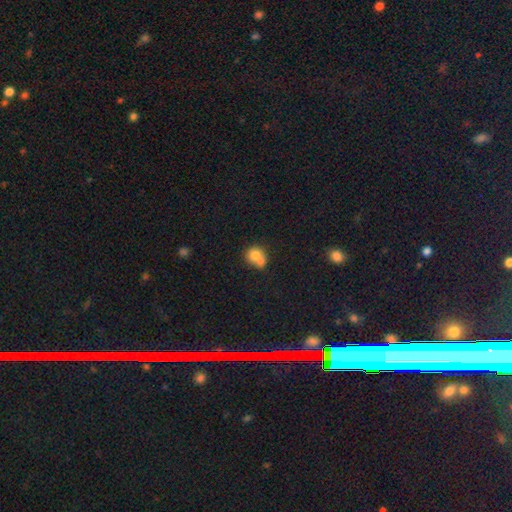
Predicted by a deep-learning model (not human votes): The model was most divided on "merging": merger: 57%, none: 31%, minor disturbance: 9%, major disturbance: 4%. More confident: how rounded — round (76%); smooth or featured — smooth (74%).